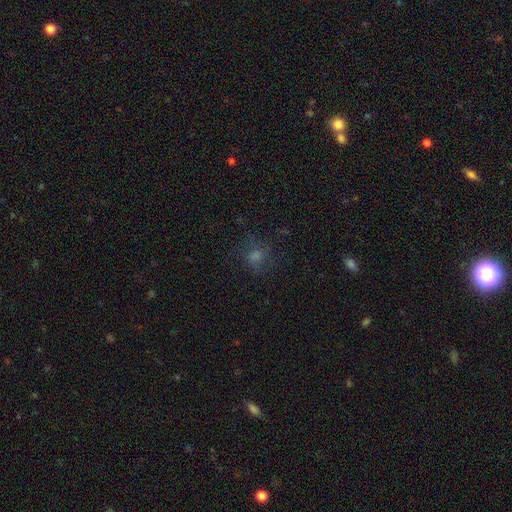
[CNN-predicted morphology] This appears to be a smooth galaxy with no disk features (51%) that is round (74%). Merging: none (73%).